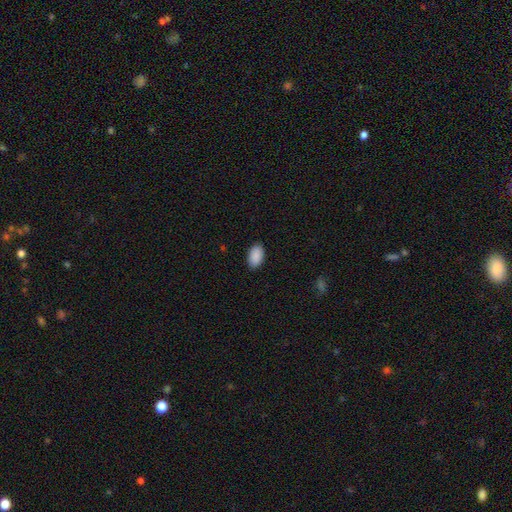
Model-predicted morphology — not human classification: Smooth or featured: smooth — 91% (star or artifact — 6%)
How rounded: in between — 94% (round — 4%)
Merging: none — 89% (minor disturbance — 8%)